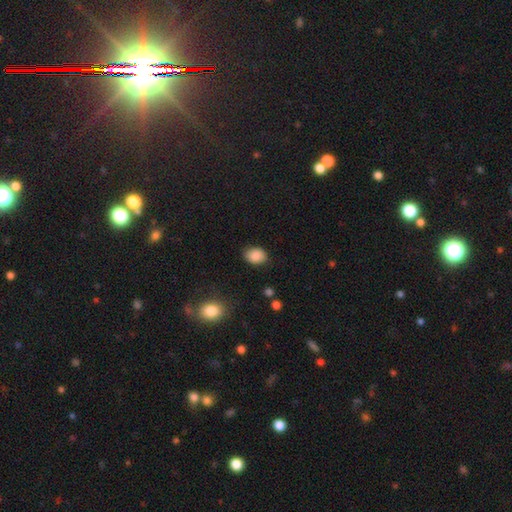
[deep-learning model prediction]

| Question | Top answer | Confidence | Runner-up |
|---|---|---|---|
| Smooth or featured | smooth | 87% | star or artifact (8%) |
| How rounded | in between | 66% | round (33%) |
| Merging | none | 84% | minor disturbance (12%) |